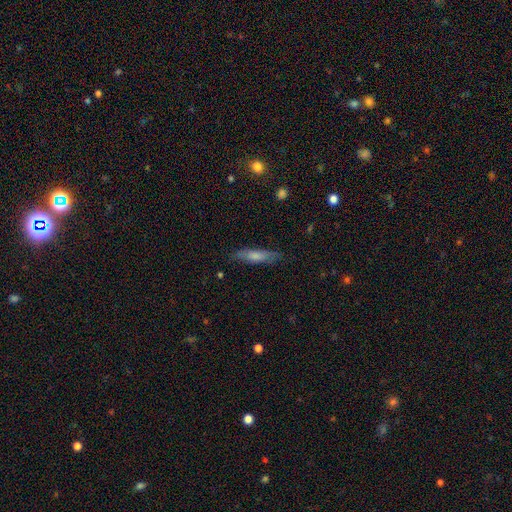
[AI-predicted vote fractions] A smooth galaxy with no disk features (65%) that is cigar-shaped (79%). Merging: none (81%).